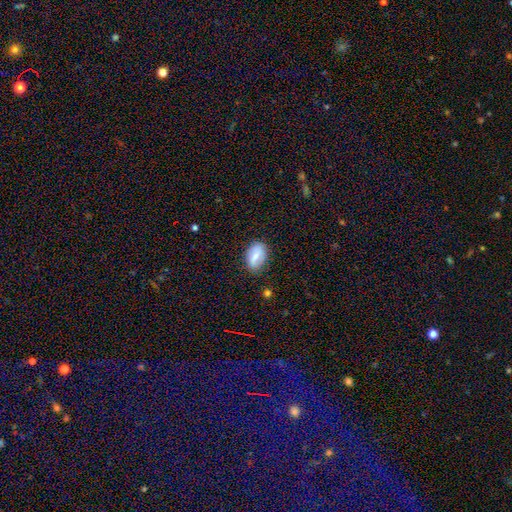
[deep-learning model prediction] smooth_or_featured: smooth (p=0.61) [alt: featured or disk p=0.32]
how_rounded: in between (p=0.85) [alt: round p=0.14]
merging: none (p=0.79) [alt: minor disturbance p=0.16]